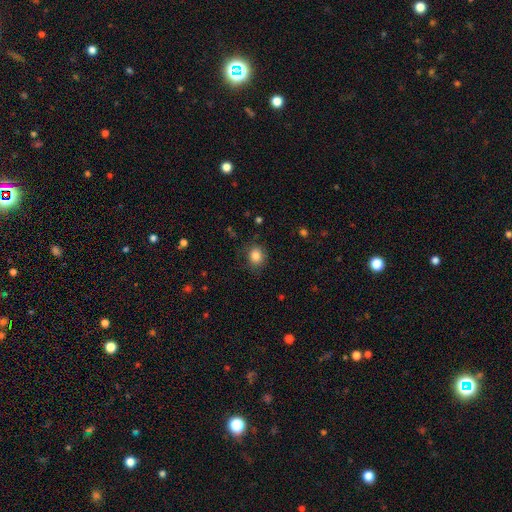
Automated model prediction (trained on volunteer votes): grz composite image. It shows a smooth galaxy with no disk features (85%) that is round (71%). Merging: none (79%).